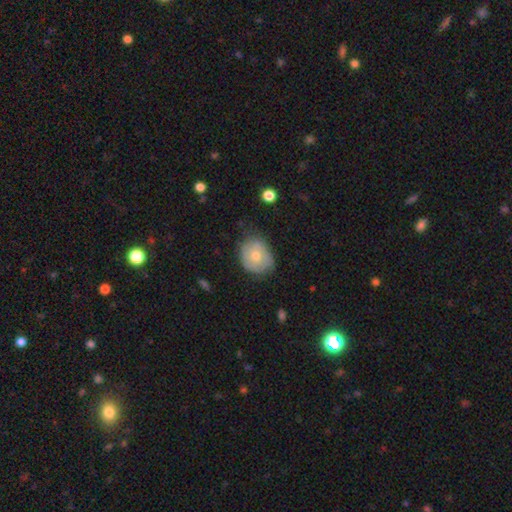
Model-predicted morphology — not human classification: Q: Smooth or featured?
A: smooth (60%); runner-up: featured or disk (34%)
Q: How rounded?
A: round (59%); runner-up: in between (41%)
Q: Merging?
A: none (62%); runner-up: minor disturbance (29%)